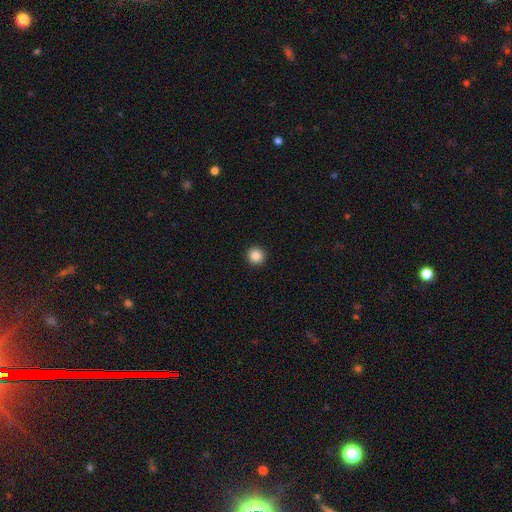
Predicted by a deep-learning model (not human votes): Smooth or featured? smooth (86%)
How rounded? round (96%)
Merging? none (94%)